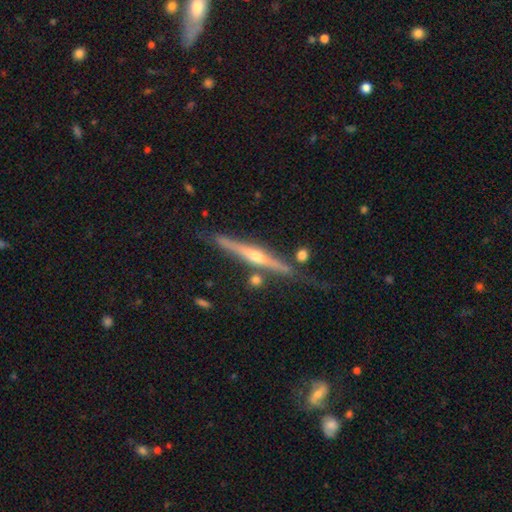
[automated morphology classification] Q: Smooth or featured?
A: featured or disk (83%); runner-up: smooth (12%)
Q: Edge-on disk?
A: yes (98%); runner-up: no (2%)
Q: Edge-on bulge?
A: rounded (89%); runner-up: none (7%)
Q: Merging?
A: none (78%); runner-up: minor disturbance (14%)